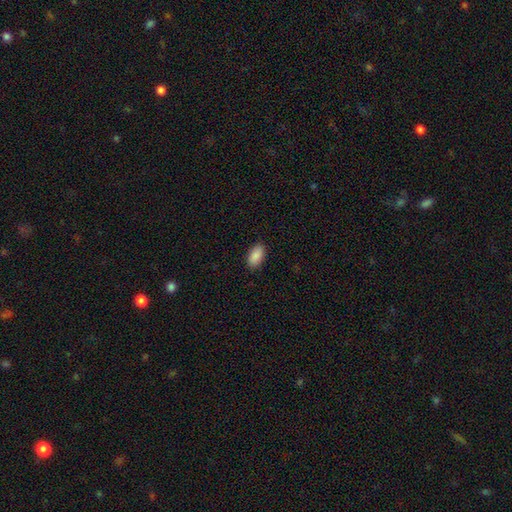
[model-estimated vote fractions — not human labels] This appears to be a smooth galaxy with no disk features (90%) that is in between round and cigar-shaped (94%). Merging: none (88%).